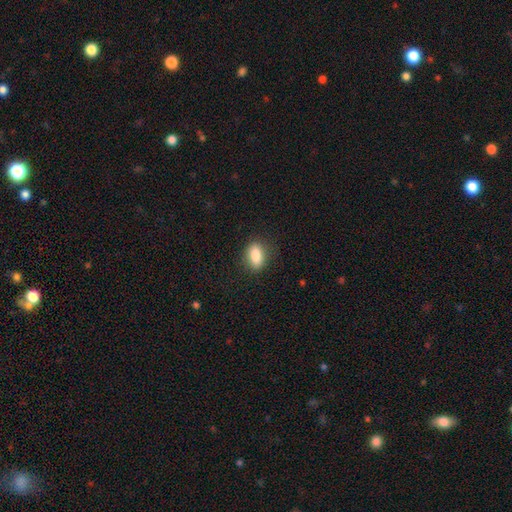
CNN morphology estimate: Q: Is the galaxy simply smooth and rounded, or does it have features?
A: smooth — 83%.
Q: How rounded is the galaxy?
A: in between — 82%.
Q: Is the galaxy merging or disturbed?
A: none — 84%.